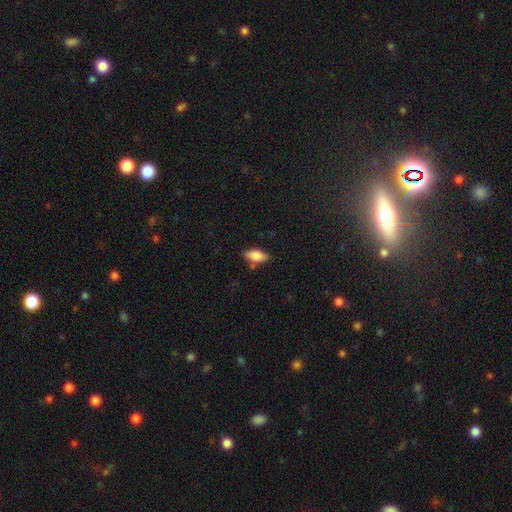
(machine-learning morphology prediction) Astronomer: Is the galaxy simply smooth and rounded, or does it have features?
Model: smooth — 74%.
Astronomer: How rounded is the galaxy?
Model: in between — 82%.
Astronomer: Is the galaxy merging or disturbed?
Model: none — 76%.